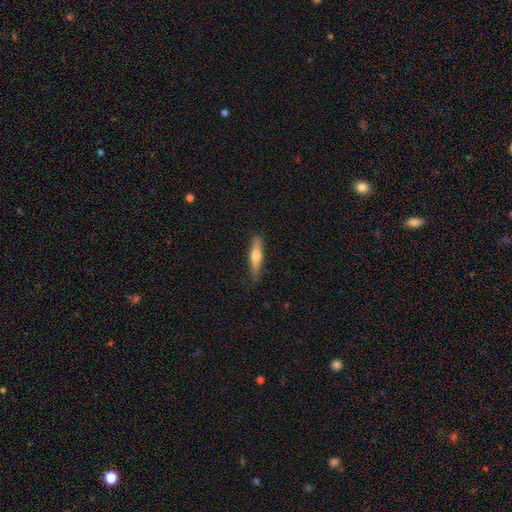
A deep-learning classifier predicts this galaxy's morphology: Smooth or featured: smooth — 54% (featured or disk — 41%)
How rounded: cigar-shaped — 81% (in between — 17%)
Merging: none — 85% (minor disturbance — 12%)